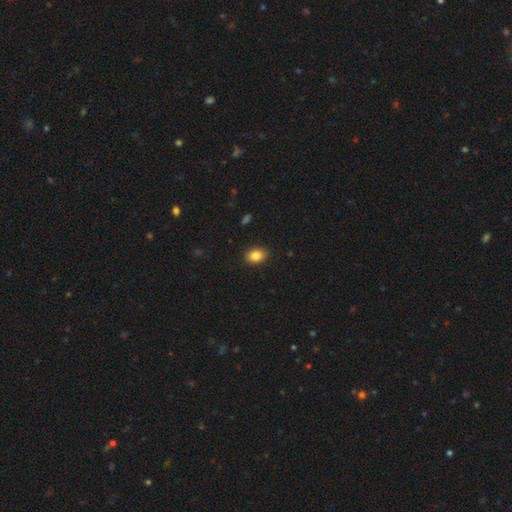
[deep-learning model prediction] smooth-or-featured: smooth: 85% | star or artifact: 9% | featured or disk: 6%
  how-rounded: in between: 76% | round: 23% | cigar-shaped: 1%
  merging: none: 88% | minor disturbance: 9% | major disturbance: 2% | merger: 1%